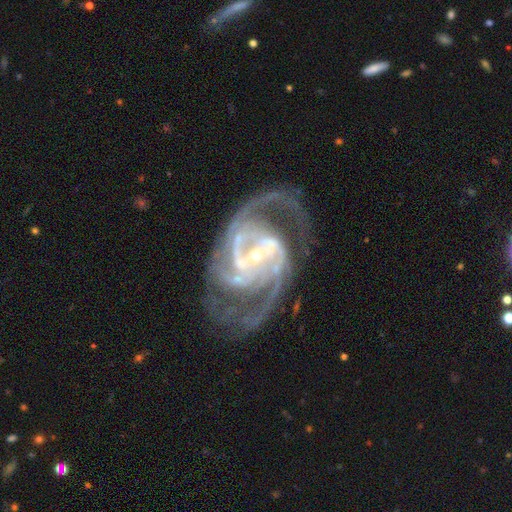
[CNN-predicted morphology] smooth-or-featured: featured or disk: 92% | star or artifact: 5% | smooth: 3%
  disk-edge-on: no: 98% | yes: 2%
    bar: strong: 41% | weak: 37% | no: 23%
    has-spiral-arms: yes: 98% | no: 2%
      spiral-winding: medium: 56% | tight: 30% | loose: 14%
      spiral-arm-count: 2: 49% | 3: 22% | can't tell: 10% | 4: 8% | more than 4: 6% | 1: 6%
    bulge-size: small: 77% | moderate: 19% | large: 2% | none: 2% | dominant: 1%
  merging: none: 62% | major disturbance: 17% | minor disturbance: 16% | merger: 4%